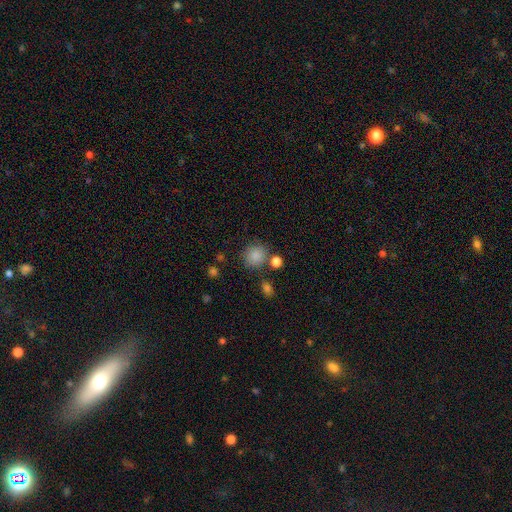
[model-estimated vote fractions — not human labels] Morphology: type=smooth (85%); roundness=round (86%); merging=none (75%).